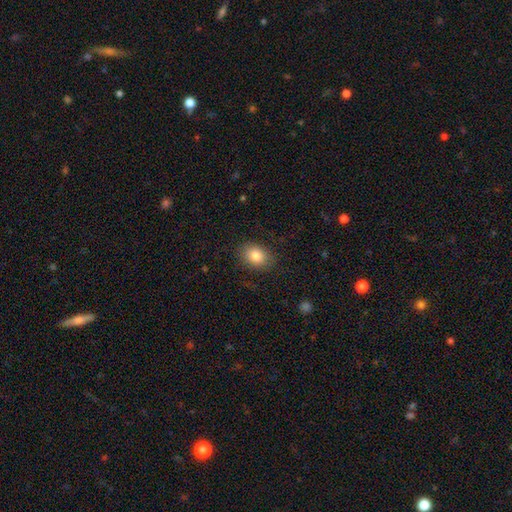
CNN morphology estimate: A smooth galaxy with no disk features (84%) that is in between round and cigar-shaped (66%). Merging: none (84%).